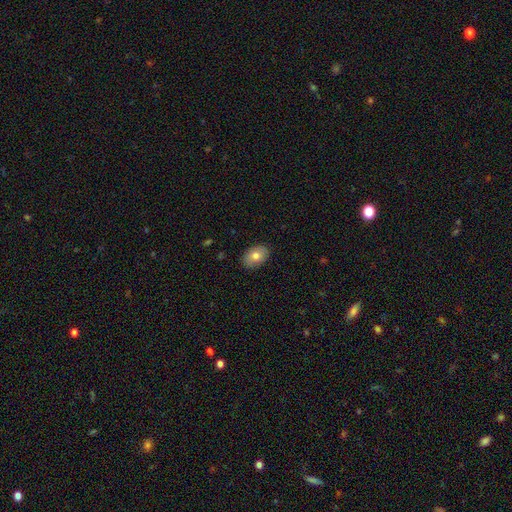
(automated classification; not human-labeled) A smooth galaxy with no disk features (78%) that is in between round and cigar-shaped (83%). Merging: none (87%).